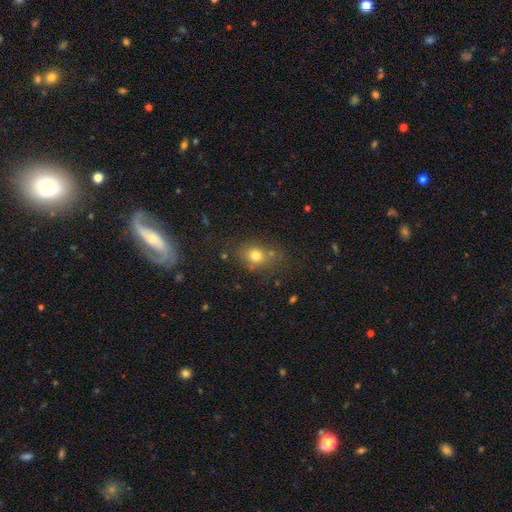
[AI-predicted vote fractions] A smooth galaxy with no disk features (76%) that is round (54%).

Vote fractions:
- Smooth or featured? smooth: 76% / star or artifact: 14% / featured or disk: 10%
- How rounded? round: 54% / in between: 45% / cigar-shaped: 1%
- Merging? none: 70% / minor disturbance: 16% / merger: 7% / major disturbance: 7%